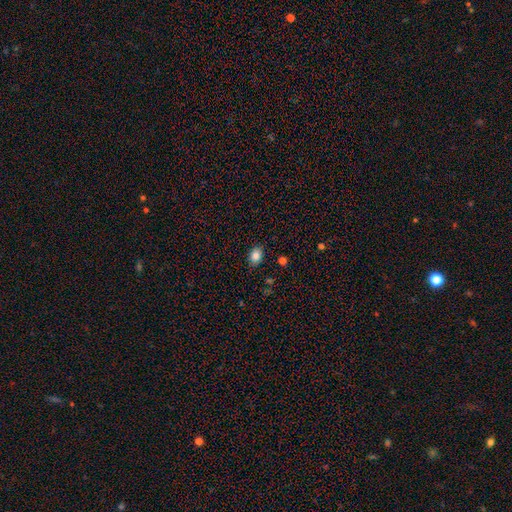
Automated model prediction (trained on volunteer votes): A smooth galaxy with no disk features (85%) that is in between round and cigar-shaped (72%). Merging: none (86%).